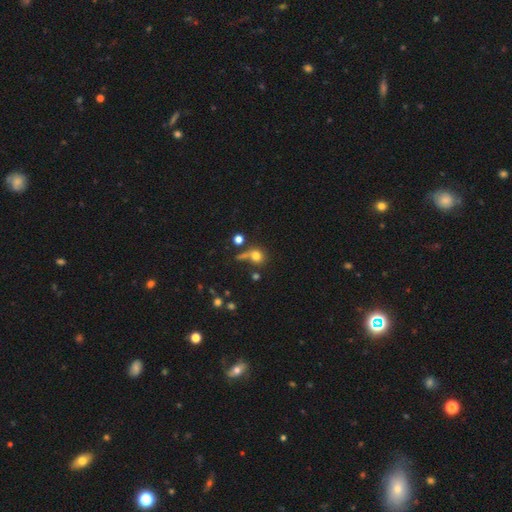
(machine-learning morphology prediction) smooth 76%, star or artifact 14%, featured or disk 10%. Down the decision tree: how rounded — round (82%); merging — none (53%).